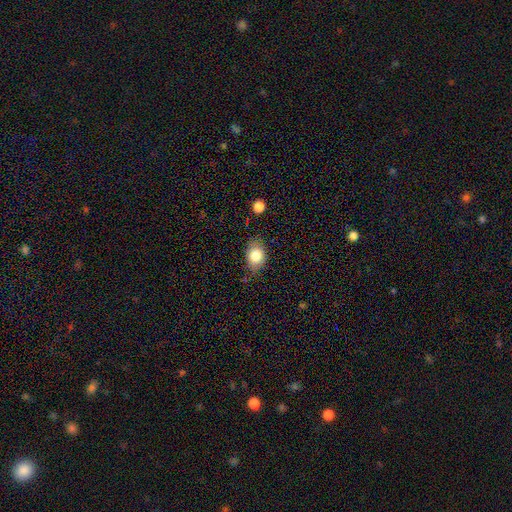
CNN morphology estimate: This is clearly a smooth galaxy (82%). How rounded: likely in between (74%). Merging: likely none (73%).